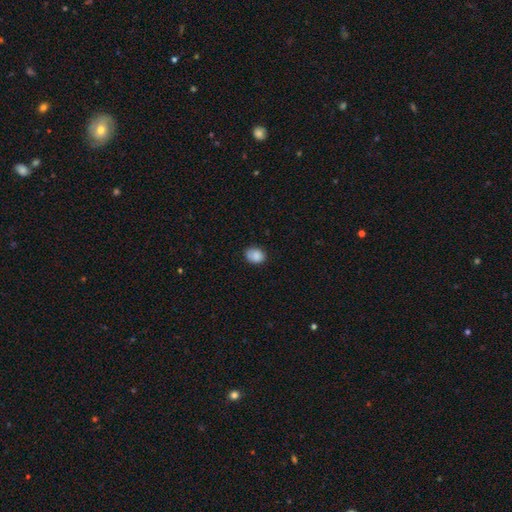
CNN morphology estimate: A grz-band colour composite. It shows a smooth galaxy with no disk features (85%) that is in between round and cigar-shaped (53%). Merging: none (71%).